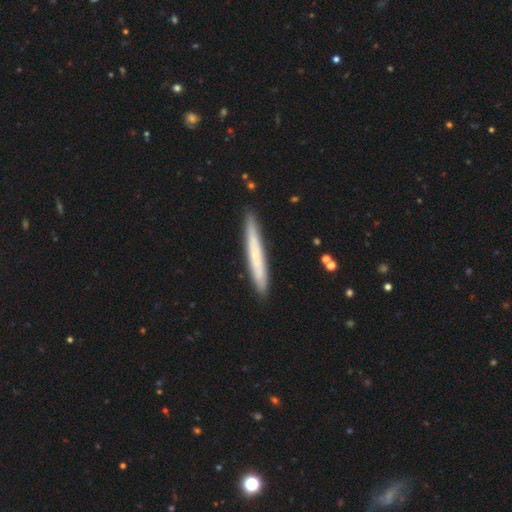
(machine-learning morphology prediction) Smooth or featured? Predicted: smooth (p=0.53). How rounded? Predicted: cigar-shaped (p=0.96). Merging? Predicted: none (p=0.89).